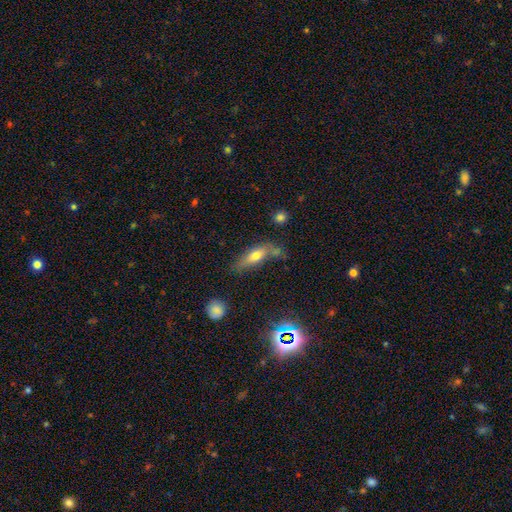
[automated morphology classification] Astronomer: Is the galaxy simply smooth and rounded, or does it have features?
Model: smooth — 61%.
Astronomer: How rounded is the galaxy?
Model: in between — 54% (runner-up: cigar-shaped, 42%).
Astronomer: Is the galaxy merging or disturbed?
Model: none — 54%.